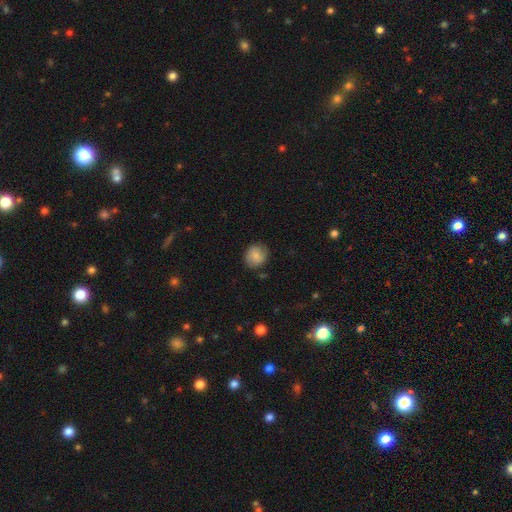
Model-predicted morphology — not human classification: This is likely a smooth galaxy (73%). How rounded: likely round (75%). Merging: clearly none (81%).